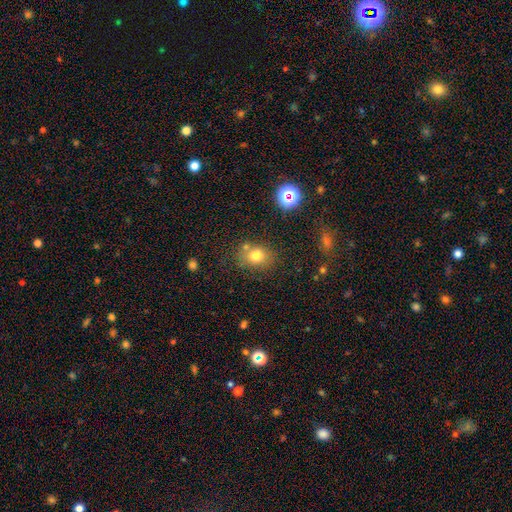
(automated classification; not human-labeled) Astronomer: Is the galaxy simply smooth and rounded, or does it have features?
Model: smooth — 74%.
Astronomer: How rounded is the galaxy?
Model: in between — 51% (runner-up: round, 48%).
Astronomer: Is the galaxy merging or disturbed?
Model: none — 65%.